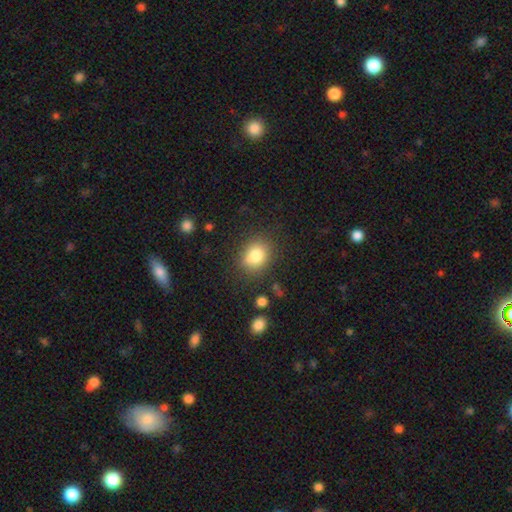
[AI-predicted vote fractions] Morphology: type=smooth (80%); roundness=round (61%); merging=none (75%).